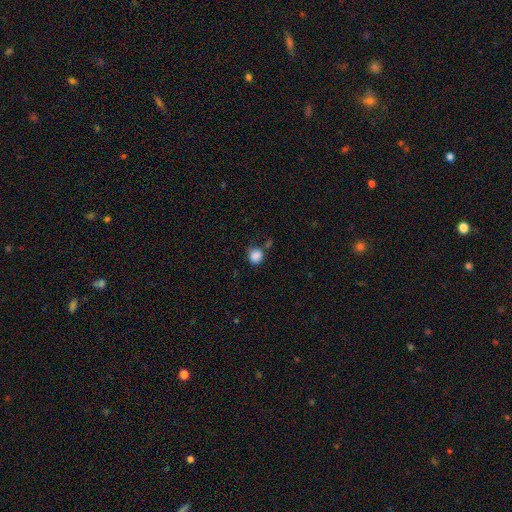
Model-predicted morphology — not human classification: Smooth or featured? smooth (87%)
How rounded? round (85%)
Merging? none (70%)